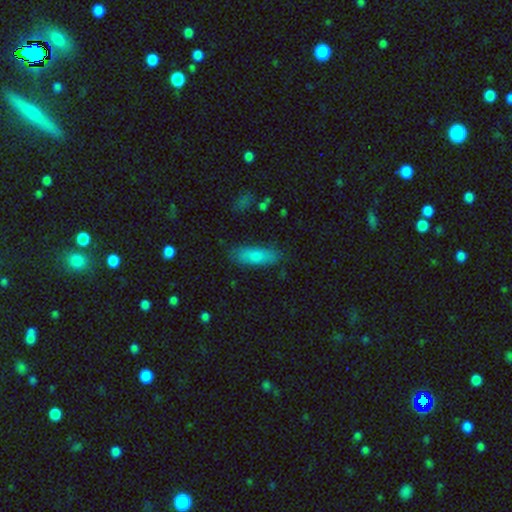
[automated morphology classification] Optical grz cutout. It shows a smooth galaxy with no disk features (80%) that is in between round and cigar-shaped (63%). Merging: none (79%).